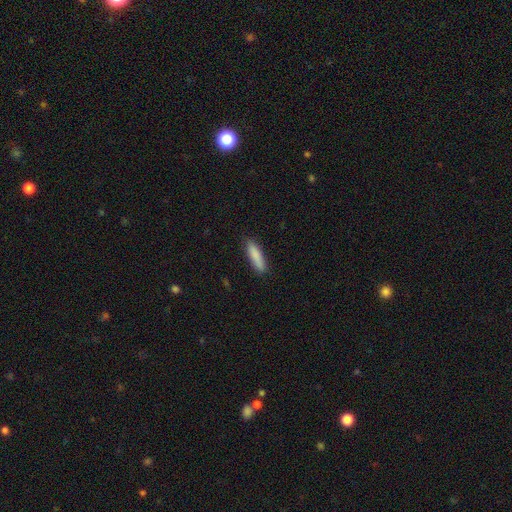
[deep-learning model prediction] smooth-or-featured: smooth: 86% | featured or disk: 8% | star or artifact: 6%
  how-rounded: cigar-shaped: 75% | in between: 23% | round: 1%
  merging: none: 87% | minor disturbance: 10% | major disturbance: 2% | merger: 1%